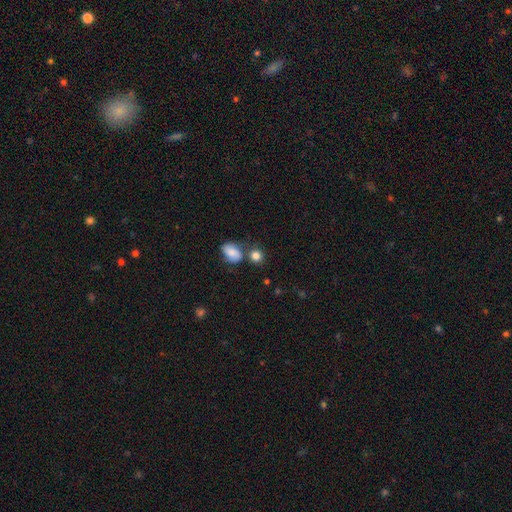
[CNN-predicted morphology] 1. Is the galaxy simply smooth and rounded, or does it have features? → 82% smooth, 10% star or artifact, 8% featured or disk.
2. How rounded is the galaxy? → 76% round, 23% in between, 1% cigar-shaped.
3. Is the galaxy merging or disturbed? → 58% none, 24% merger, 13% minor disturbance, 5% major disturbance.